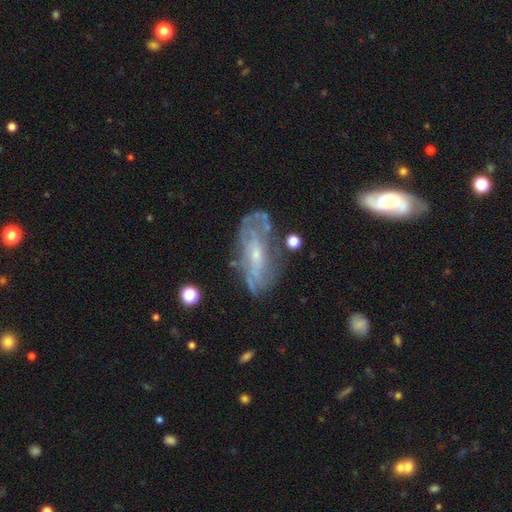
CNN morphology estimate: Q: Smooth or featured?
A: featured or disk (73%); runner-up: smooth (20%)
Q: Edge-on disk?
A: no (86%); runner-up: yes (14%)
Q: Bar?
A: no (57%); runner-up: weak (32%)
Q: Spiral arms?
A: yes (71%); runner-up: no (29%)
Q: Bulge size?
A: small (72%); runner-up: moderate (21%)
Q: Merging?
A: none (59%); runner-up: minor disturbance (23%)